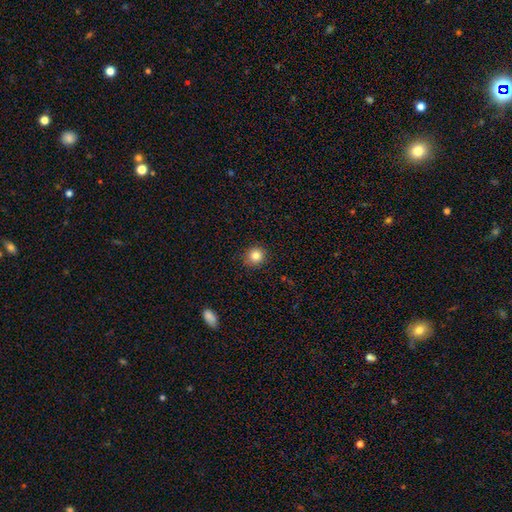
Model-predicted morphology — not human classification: smooth_or_featured: smooth (p=0.84) [alt: star or artifact p=0.11]
how_rounded: round (p=0.91) [alt: in between p=0.08]
merging: none (p=0.88) [alt: minor disturbance p=0.08]